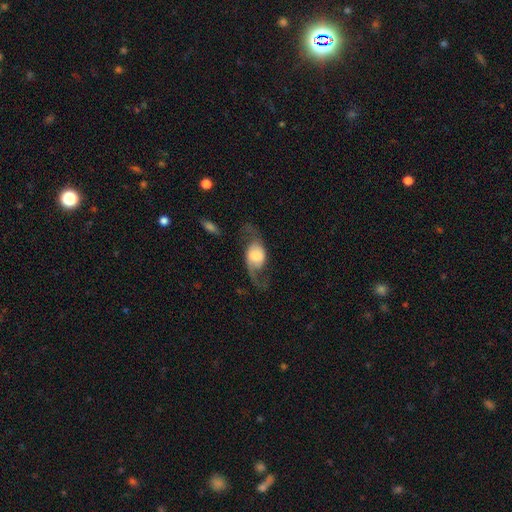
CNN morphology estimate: Q: Smooth or featured?
A: featured or disk (71%); runner-up: smooth (22%)
Q: Edge-on disk?
A: no (93%); runner-up: yes (7%)
Q: Bar?
A: no (53%); runner-up: weak (36%)
Q: Spiral arms?
A: yes (90%); runner-up: no (10%)
Q: Spiral winding?
A: loose (75%); runner-up: medium (21%)
Q: Spiral arm count?
A: 2 (90%); runner-up: 1 (4%)
Q: Bulge size?
A: large (41%); runner-up: moderate (21%)
Q: Merging?
A: none (57%); runner-up: major disturbance (22%)